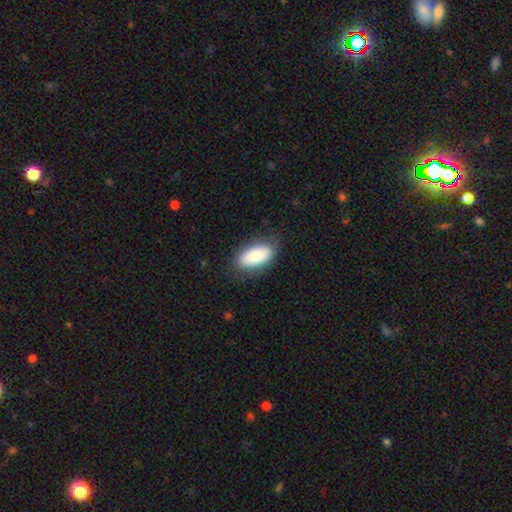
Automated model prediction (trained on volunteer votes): smooth_or_featured: smooth (p=0.77) [alt: featured or disk p=0.17]
how_rounded: in between (p=0.93) [alt: round p=0.03]
merging: none (p=0.81) [alt: minor disturbance p=0.14]